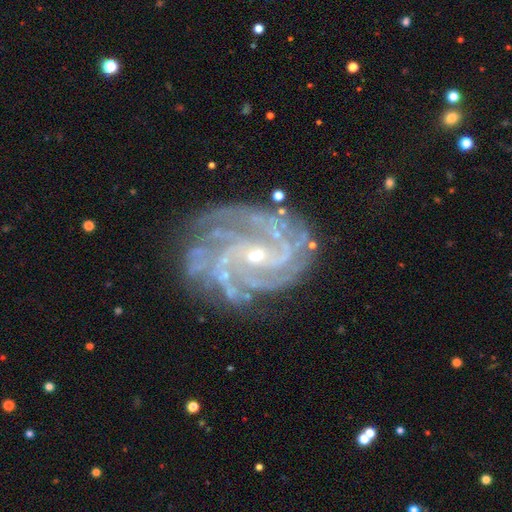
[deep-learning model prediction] Morphology: type=featured or disk (91%); edge-on=no (98%); bar=no (55%); spiral arms=yes (98%); winding=tight (60%); arm count=4 (28%); bulge=small (75%); merging=none (72%).